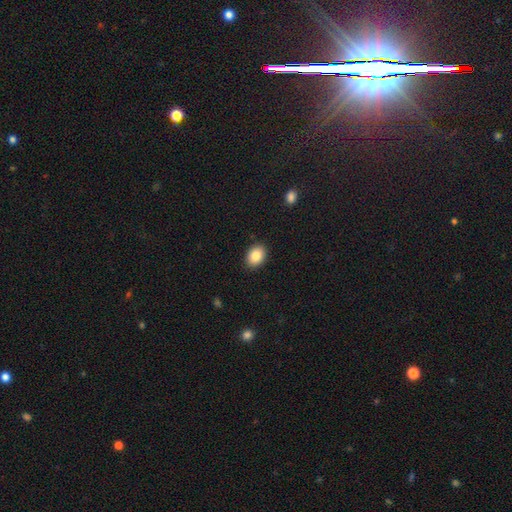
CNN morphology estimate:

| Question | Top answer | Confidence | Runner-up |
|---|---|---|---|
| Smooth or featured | smooth | 86% | star or artifact (8%) |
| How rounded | in between | 73% | round (26%) |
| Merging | none | 89% | minor disturbance (8%) |